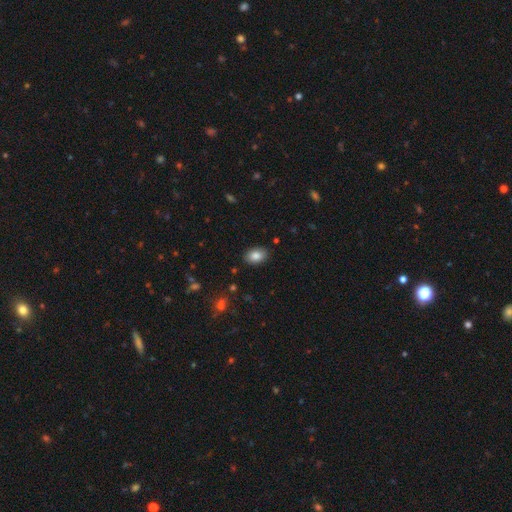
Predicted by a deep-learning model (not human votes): A smooth galaxy with no disk features (85%) that is in between round and cigar-shaped (87%).

Vote fractions:
- Smooth or featured? smooth: 85% / star or artifact: 8% / featured or disk: 7%
- How rounded? in between: 87% / round: 12% / cigar-shaped: 1%
- Merging? none: 87% / minor disturbance: 9% / major disturbance: 2% / merger: 1%